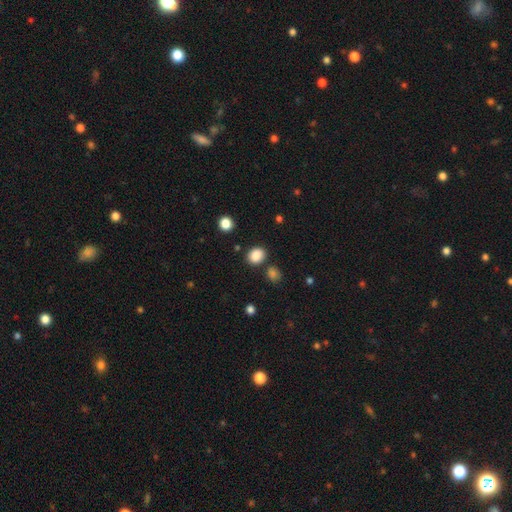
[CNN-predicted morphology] smooth 86%, star or artifact 10%, featured or disk 4%. Down the decision tree: how rounded — round (56%); merging — none (81%).